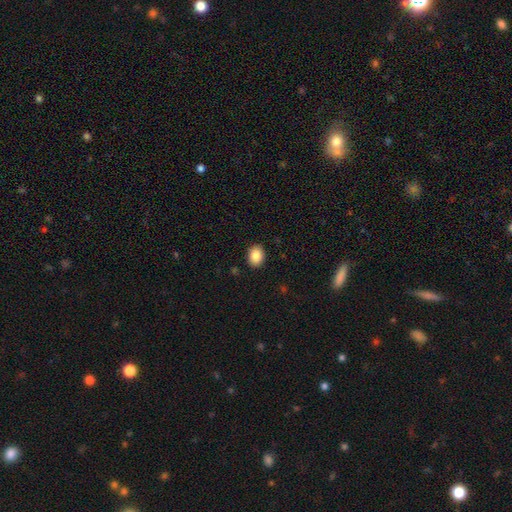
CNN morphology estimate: A smooth galaxy with no disk features (87%) that is in between round and cigar-shaped (63%). Merging: none (90%).